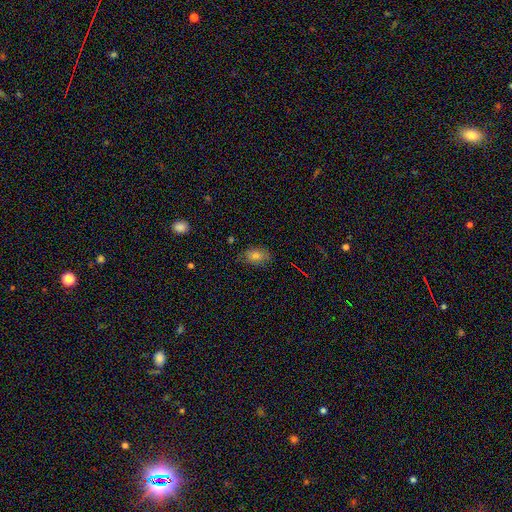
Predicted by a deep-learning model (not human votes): smooth 74%, star or artifact 14%, featured or disk 12%. Down the decision tree: how rounded — in between (84%); merging — none (77%).